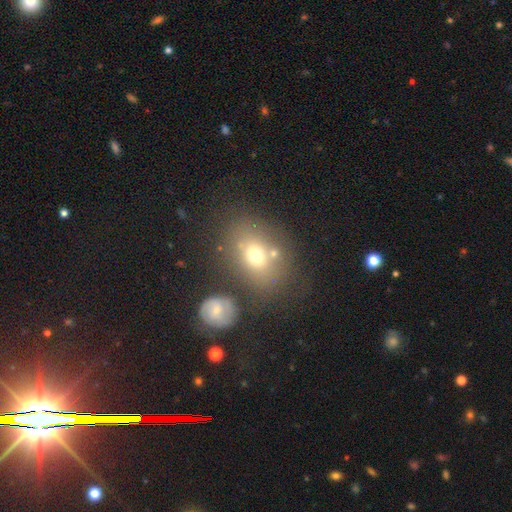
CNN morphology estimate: smooth_or_featured: smooth (p=0.67) [alt: featured or disk p=0.19]
how_rounded: in between (p=0.63) [alt: round p=0.36]
merging: none (p=0.64) [alt: minor disturbance p=0.16]